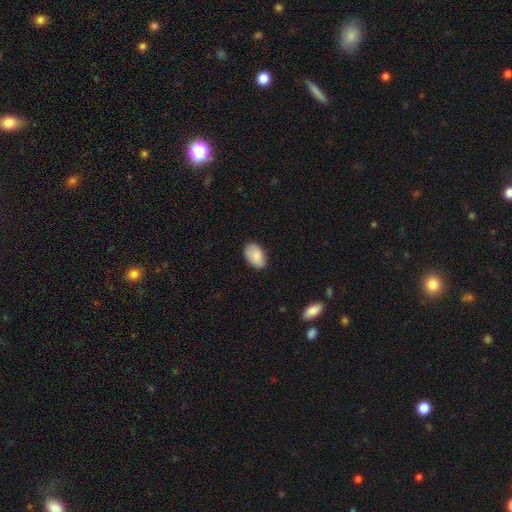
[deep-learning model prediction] The model was most divided on "merging": none: 80%, minor disturbance: 16%, major disturbance: 3%, merger: 1%. More confident: how rounded — in between (91%); smooth or featured — smooth (86%).